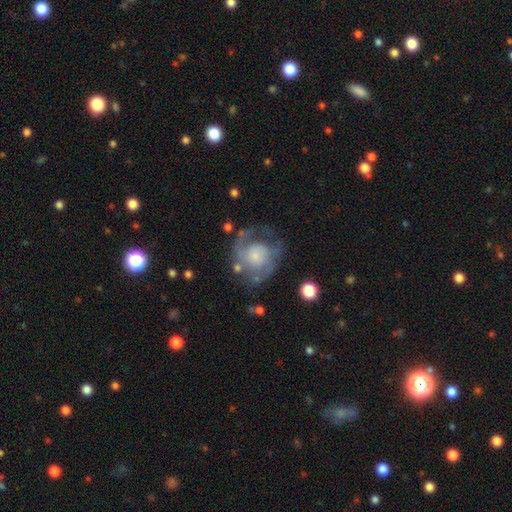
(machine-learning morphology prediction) type=featured or disk (76%); edge-on=no (98%); bar=no (74%); spiral arms=yes (88%); winding=medium (44%); arm count=2 (53%); bulge=small (49%); merging=none (58%).